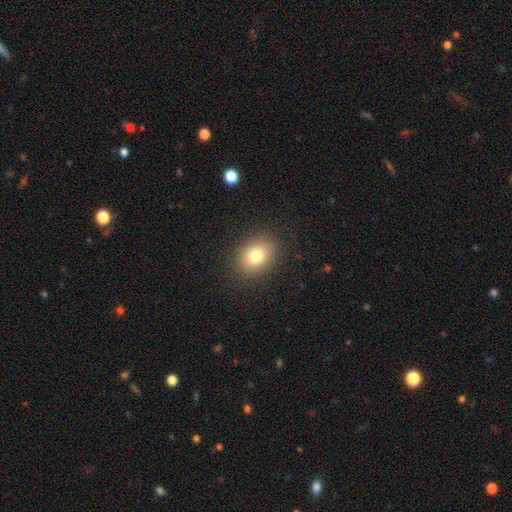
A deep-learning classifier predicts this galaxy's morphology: Q: Smooth or featured?
A: smooth (78%); runner-up: star or artifact (11%)
Q: How rounded?
A: in between (58%); runner-up: round (41%)
Q: Merging?
A: none (88%); runner-up: minor disturbance (8%)